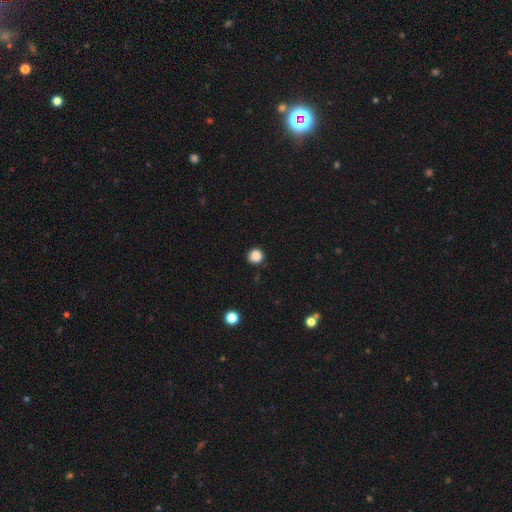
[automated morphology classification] The model was most divided on "smooth or featured": smooth: 87%, star or artifact: 11%, featured or disk: 3%. More confident: how rounded — round (94%); merging — none (90%).